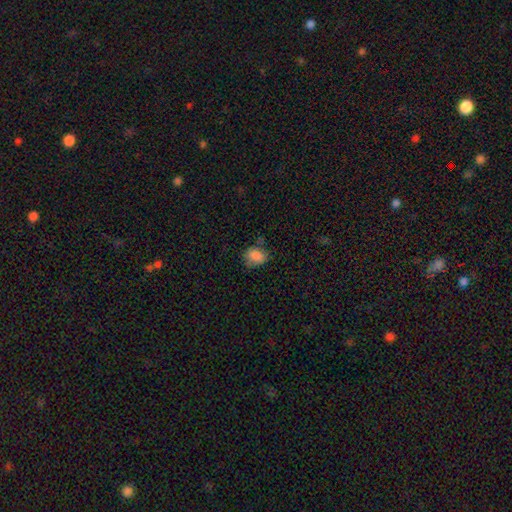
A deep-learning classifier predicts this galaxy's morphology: type=smooth (84%); roundness=in between (62%); merging=none (61%).